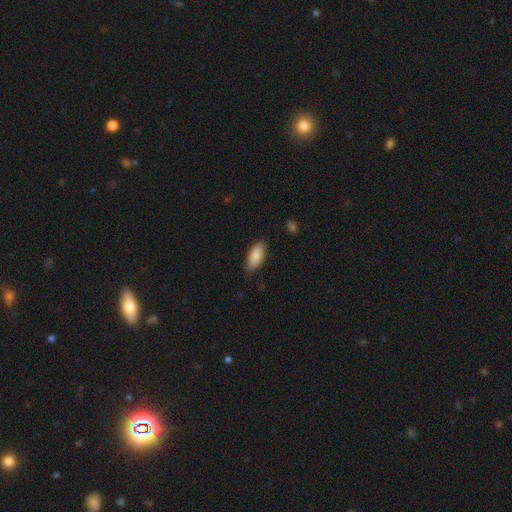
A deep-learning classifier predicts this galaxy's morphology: Smooth or featured? smooth (87%)
How rounded? in between (86%)
Merging? none (81%)